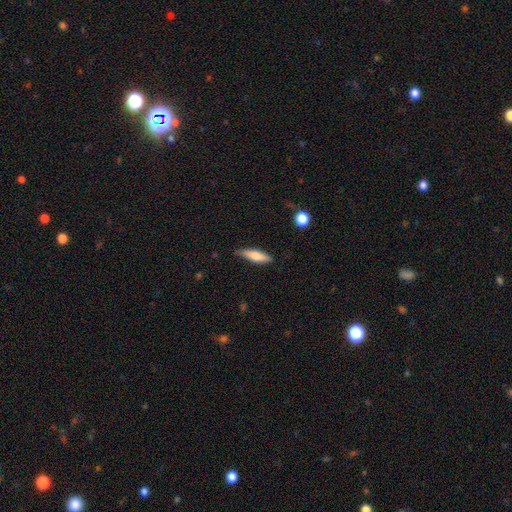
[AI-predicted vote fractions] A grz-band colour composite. It shows a smooth galaxy with no disk features (68%) that is cigar-shaped (64%). Merging: none (78%).